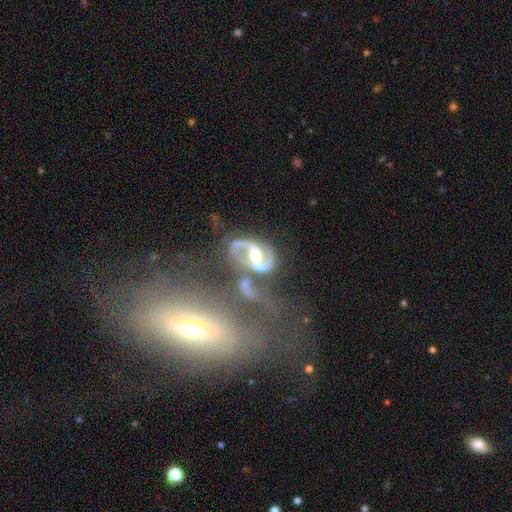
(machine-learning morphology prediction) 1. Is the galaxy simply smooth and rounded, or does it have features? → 89% featured or disk, 6% star or artifact, 5% smooth.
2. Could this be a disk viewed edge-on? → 97% no, 3% yes.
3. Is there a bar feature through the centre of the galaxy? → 38% strong, 35% weak, 26% no.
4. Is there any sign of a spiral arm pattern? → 95% yes, 5% no.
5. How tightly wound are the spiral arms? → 54% medium, 28% loose, 18% tight.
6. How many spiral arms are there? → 91% 2, 3% can't tell, 2% 1, 1% 3, 1% 4, 1% more than 4.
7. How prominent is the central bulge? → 70% moderate, 22% small, 5% large, 1% none, 1% dominant.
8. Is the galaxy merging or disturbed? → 44% none, 25% merger, 16% minor disturbance, 15% major disturbance.